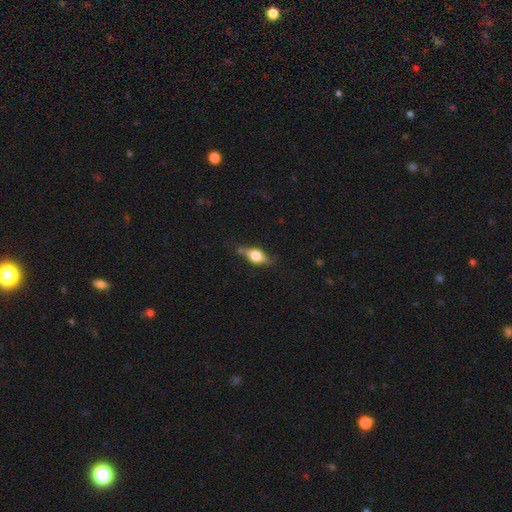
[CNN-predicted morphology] This appears to be a featured or disk galaxy (53%) viewed edge-on (91%). Merging: none (71%).